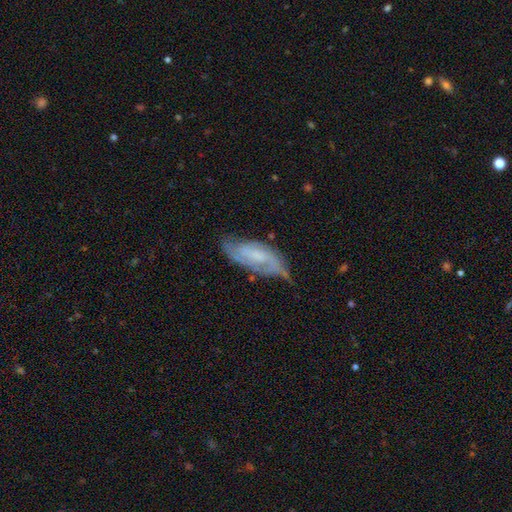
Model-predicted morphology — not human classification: featured or disk 74%, smooth 19%, star or artifact 7%. Down the decision tree: edge-on disk — no (91%); bar — no (47%); spiral arms — yes (93%); spiral arm count — 2 (67%); spiral winding — medium (45%); bulge size — small (41%); merging — none (64%).